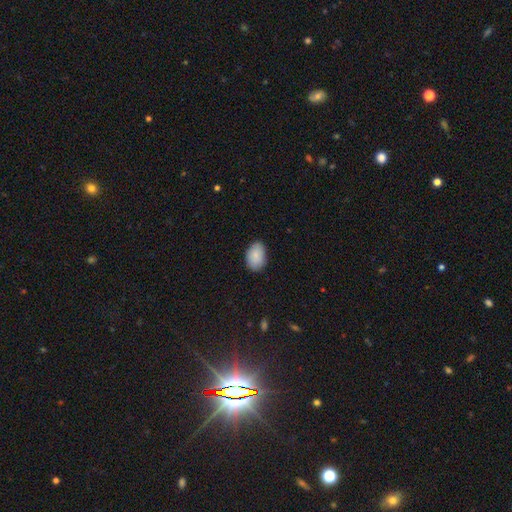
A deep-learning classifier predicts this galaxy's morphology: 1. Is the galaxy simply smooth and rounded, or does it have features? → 86% smooth, 7% featured or disk, 7% star or artifact.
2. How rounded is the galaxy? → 84% in between, 14% round, 1% cigar-shaped.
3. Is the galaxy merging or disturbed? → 80% none, 17% minor disturbance, 3% major disturbance, 1% merger.